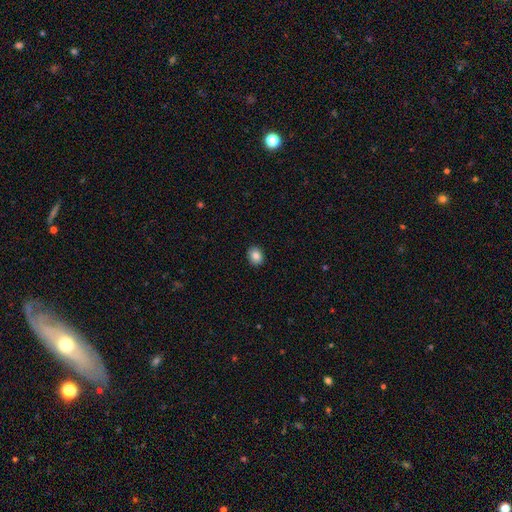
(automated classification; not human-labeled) smooth-or-featured: smooth: 86% | star or artifact: 9% | featured or disk: 5%
  how-rounded: round: 59% | in between: 40% | cigar-shaped: 1%
  merging: none: 90% | minor disturbance: 7% | major disturbance: 2% | merger: 1%